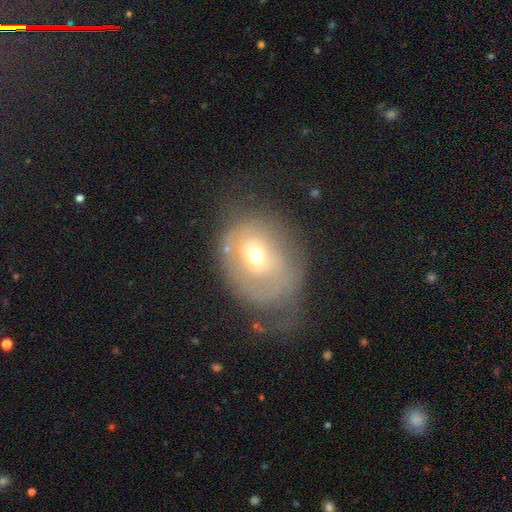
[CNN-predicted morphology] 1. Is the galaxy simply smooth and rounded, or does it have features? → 46% smooth, 43% featured or disk, 10% star or artifact.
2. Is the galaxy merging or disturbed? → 35% major disturbance, 32% none, 29% minor disturbance, 3% merger.